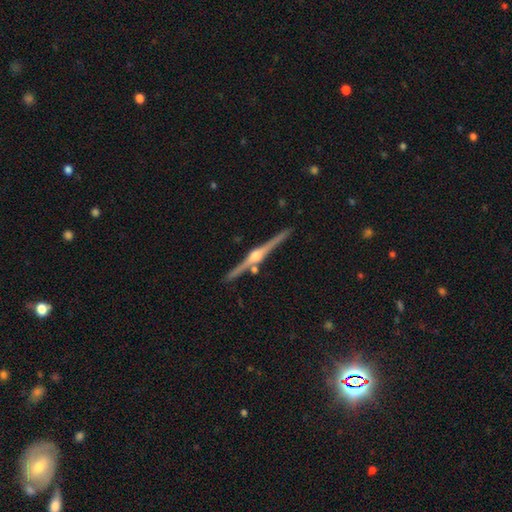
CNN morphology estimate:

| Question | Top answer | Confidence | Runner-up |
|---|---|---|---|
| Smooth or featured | featured or disk | 89% | smooth (7%) |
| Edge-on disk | yes | 99% | no (1%) |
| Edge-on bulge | rounded | 94% | boxy (4%) |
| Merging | none | 89% | minor disturbance (6%) |